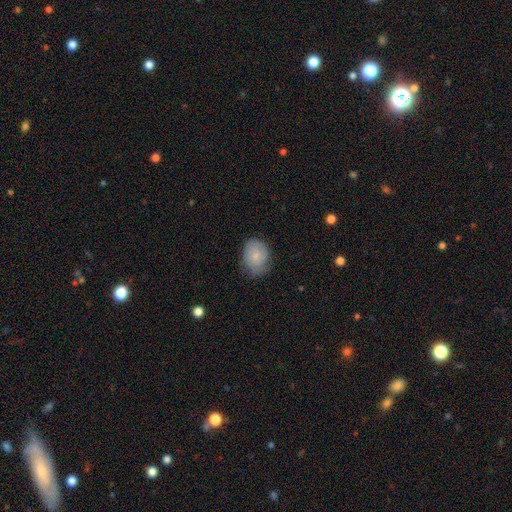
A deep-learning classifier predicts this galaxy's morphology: type=smooth (58%); roundness=in between (57%); merging=none (60%).